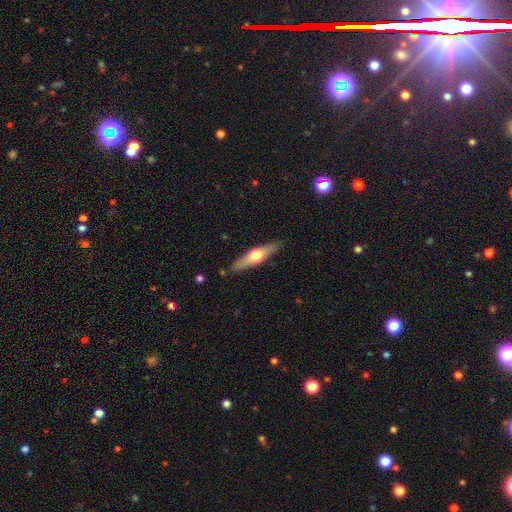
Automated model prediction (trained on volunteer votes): The model was most divided on "smooth or featured": featured or disk: 52%, smooth: 43%, star or artifact: 5%. More confident: edge-on disk — yes (92%); merging — none (87%).